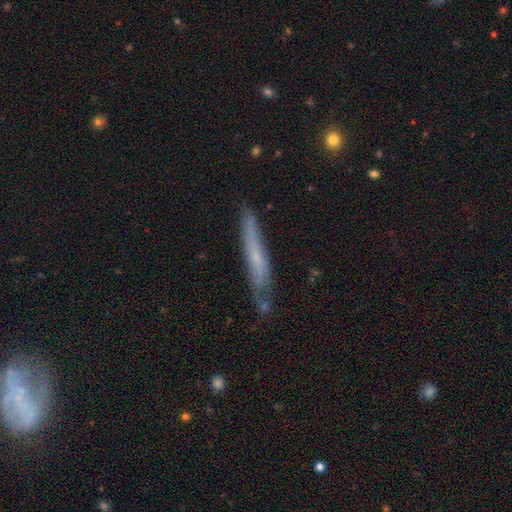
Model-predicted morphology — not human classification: A smooth galaxy with no disk features (49%). Merging: none (75%).